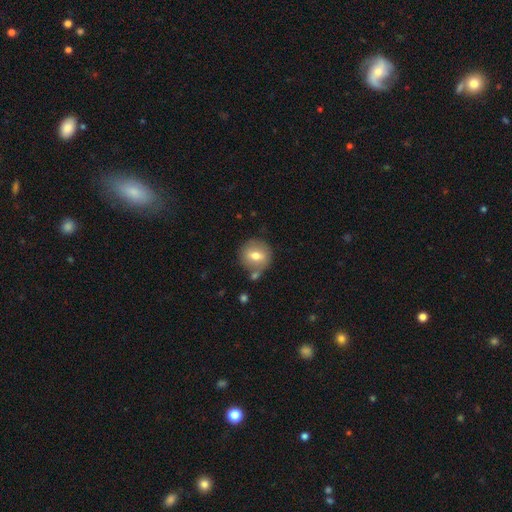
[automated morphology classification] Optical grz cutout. It shows a smooth galaxy with no disk features (64%) that is round (86%). Merging: none (73%).